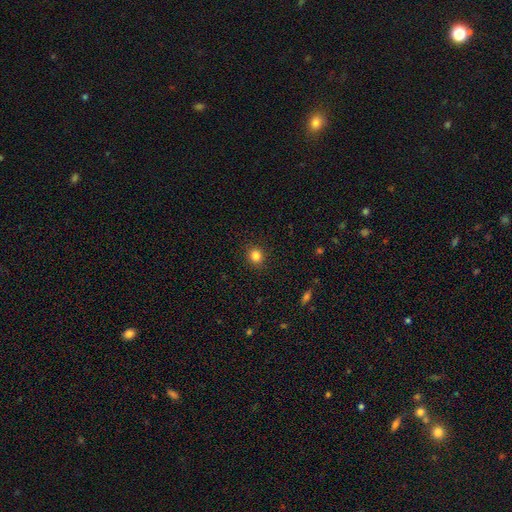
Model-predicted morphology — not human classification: Q: Smooth or featured?
A: smooth (83%); runner-up: star or artifact (12%)
Q: How rounded?
A: round (85%); runner-up: in between (14%)
Q: Merging?
A: none (91%); runner-up: minor disturbance (6%)